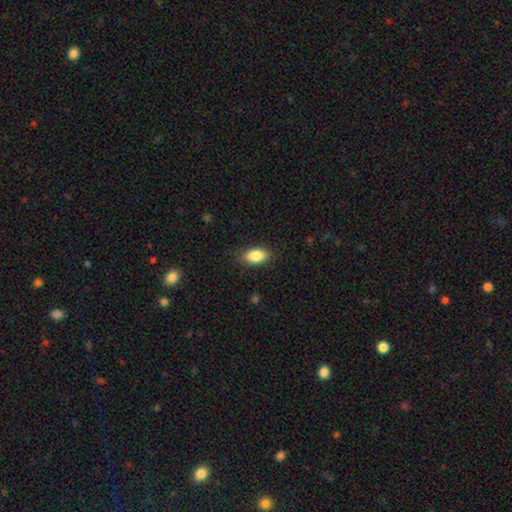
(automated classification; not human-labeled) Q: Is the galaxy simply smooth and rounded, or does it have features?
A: smooth — 85%.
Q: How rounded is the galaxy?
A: in between — 90%.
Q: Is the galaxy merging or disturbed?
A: none — 85%.